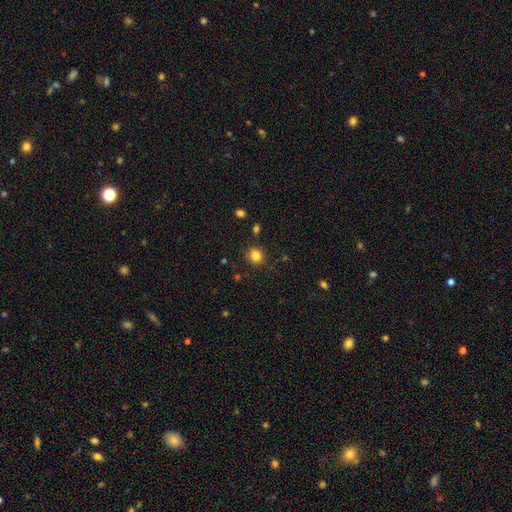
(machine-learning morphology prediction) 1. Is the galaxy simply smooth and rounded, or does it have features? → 84% smooth, 12% star or artifact, 5% featured or disk.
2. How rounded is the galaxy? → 79% round, 20% in between, 1% cigar-shaped.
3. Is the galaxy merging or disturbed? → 86% none, 9% minor disturbance, 3% major disturbance, 2% merger.